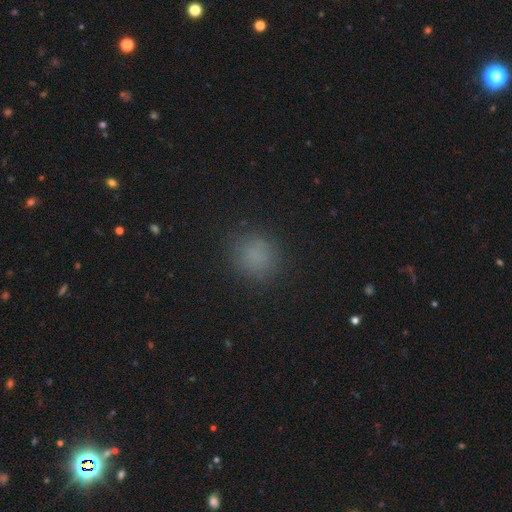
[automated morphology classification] Smooth or featured? Predicted: smooth (p=0.80). How rounded? Predicted: round (p=0.86). Merging? Predicted: none (p=0.87).